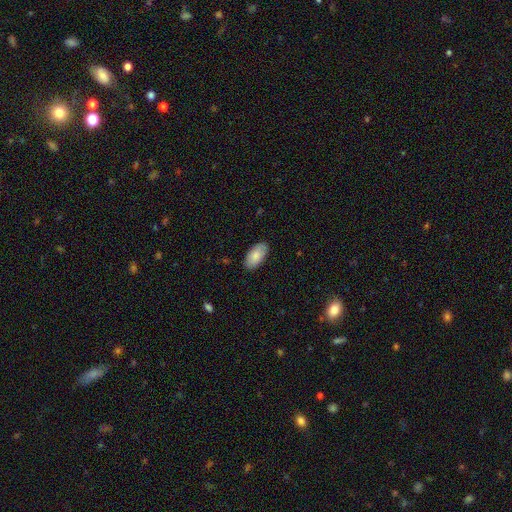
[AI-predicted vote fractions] Smooth or featured: smooth — 85% (featured or disk — 10%)
How rounded: in between — 95% (cigar-shaped — 3%)
Merging: none — 87% (minor disturbance — 10%)